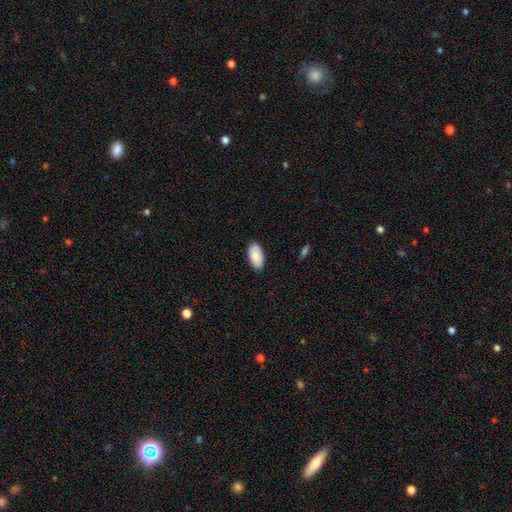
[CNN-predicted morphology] A smooth galaxy with no disk features (85%) that is in between round and cigar-shaped (95%). Merging: none (86%).